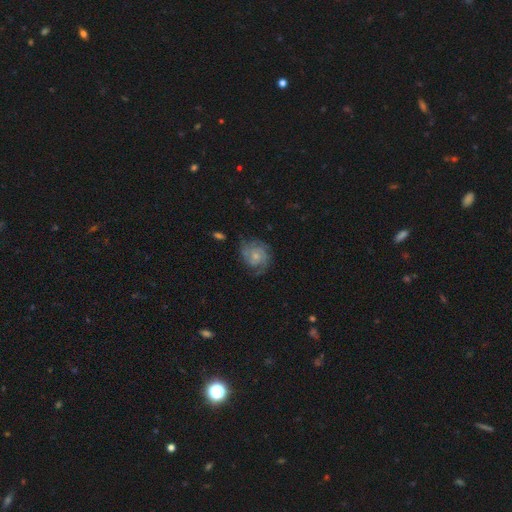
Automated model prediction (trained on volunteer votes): Smooth or featured? Predicted: featured or disk (p=0.77). Edge-on disk? Predicted: no (p=0.98). Bar? Predicted: no (p=0.76). Spiral arms? Predicted: yes (p=0.94). Spiral winding? Predicted: tight (p=0.53). Spiral arm count? Predicted: 2 (p=0.36). Bulge size? Predicted: small (p=0.60). Merging? Predicted: none (p=0.66).